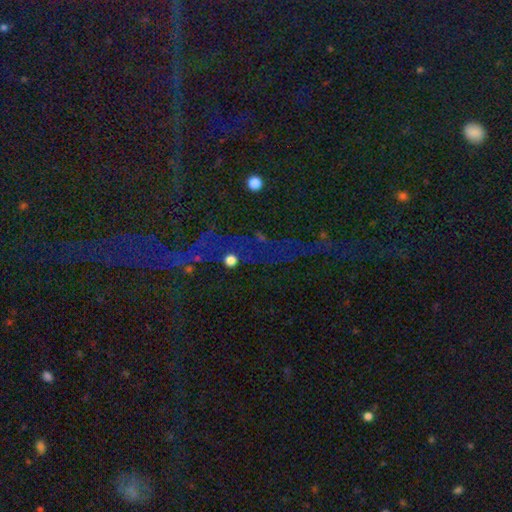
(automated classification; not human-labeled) smooth_or_featured: star or artifact (p=0.80) [alt: smooth p=0.10]